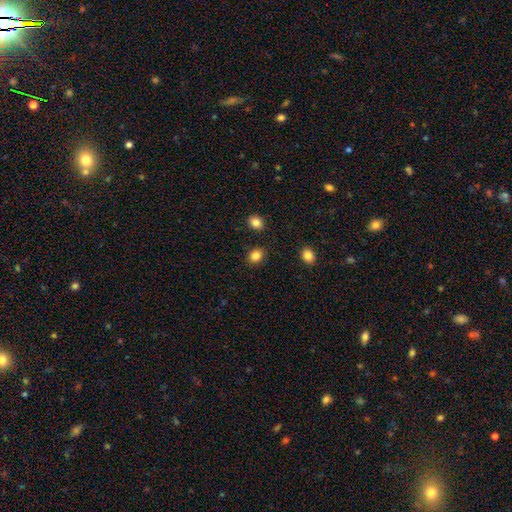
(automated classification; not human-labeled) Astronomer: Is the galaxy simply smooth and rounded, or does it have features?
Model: smooth — 85%.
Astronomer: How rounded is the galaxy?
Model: round — 63%.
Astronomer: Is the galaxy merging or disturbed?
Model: none — 87%.